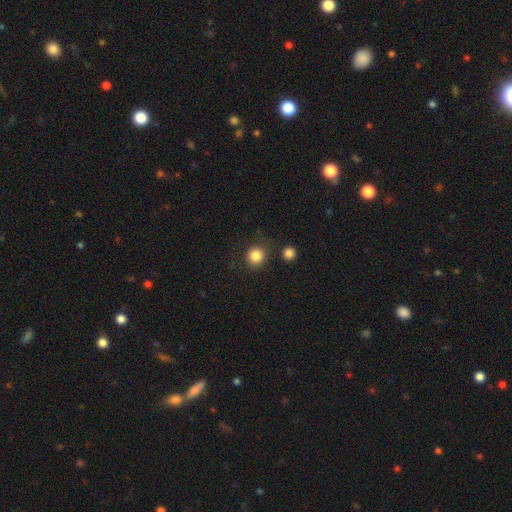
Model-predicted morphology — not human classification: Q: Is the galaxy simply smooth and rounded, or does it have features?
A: smooth — 85%.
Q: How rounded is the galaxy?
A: round — 91%.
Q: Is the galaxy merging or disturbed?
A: none — 83%.